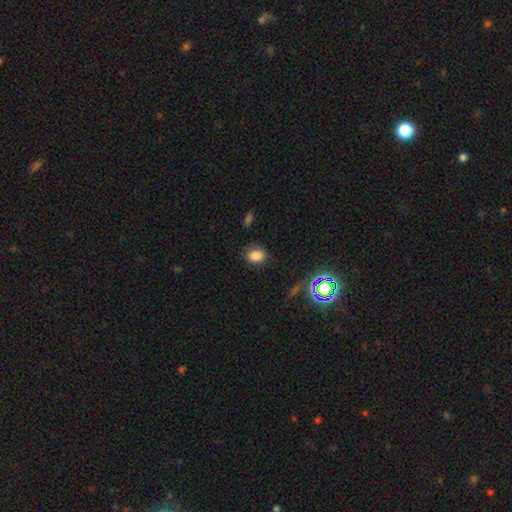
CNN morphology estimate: This is clearly a smooth galaxy (82%). How rounded: likely in between (62%). Merging: likely none (79%).